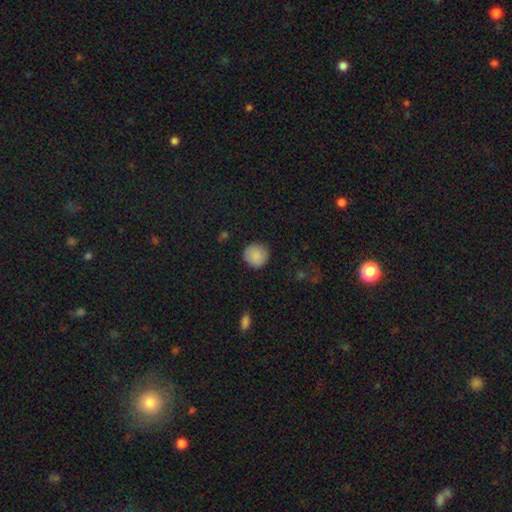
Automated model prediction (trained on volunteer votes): Q: Smooth or featured?
A: smooth (87%); runner-up: star or artifact (7%)
Q: How rounded?
A: round (93%); runner-up: in between (6%)
Q: Merging?
A: none (86%); runner-up: minor disturbance (10%)